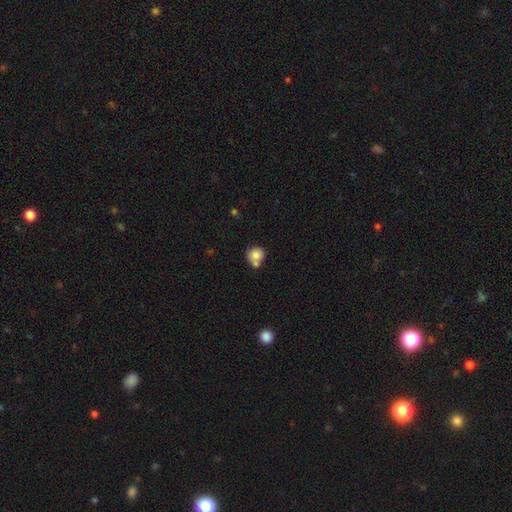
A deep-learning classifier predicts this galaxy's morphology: This is clearly a smooth galaxy (82%). How rounded: clearly round (86%). Merging: possibly none (48%).